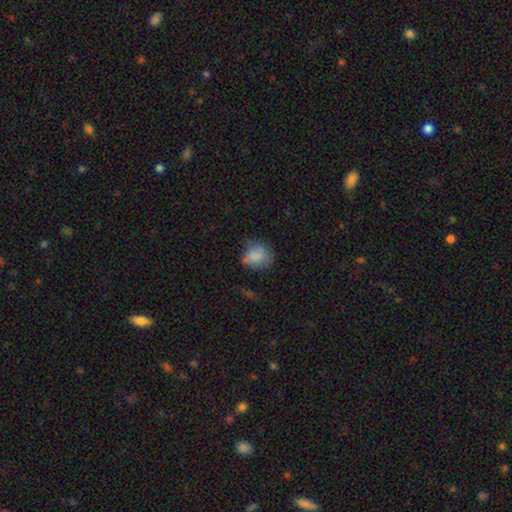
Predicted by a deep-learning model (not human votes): Smooth or featured? smooth (76%)
How rounded? round (58%)
Merging? none (54%)